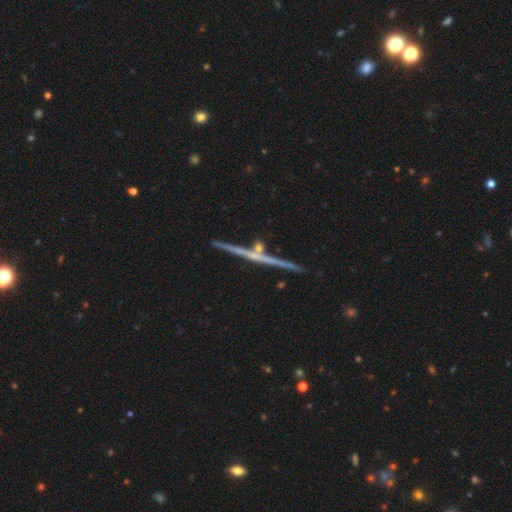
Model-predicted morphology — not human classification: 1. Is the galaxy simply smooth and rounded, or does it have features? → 76% featured or disk, 17% smooth, 7% star or artifact.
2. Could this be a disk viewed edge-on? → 98% yes, 2% no.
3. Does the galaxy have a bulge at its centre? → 63% none, 31% rounded, 6% boxy.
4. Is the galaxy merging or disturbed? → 85% none, 7% minor disturbance, 6% merger, 2% major disturbance.